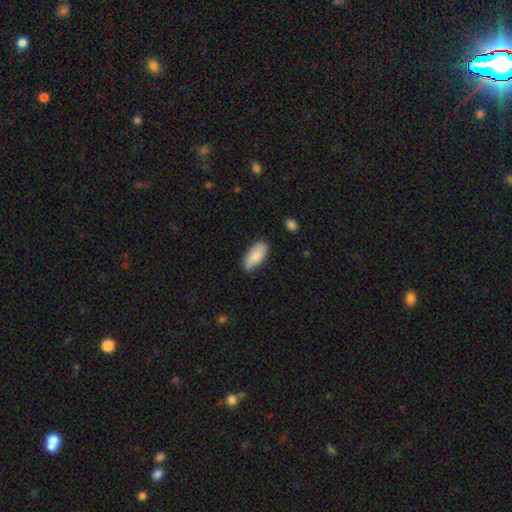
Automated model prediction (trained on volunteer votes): A smooth galaxy with no disk features (83%) that is in between round and cigar-shaped (91%). Merging: none (78%).